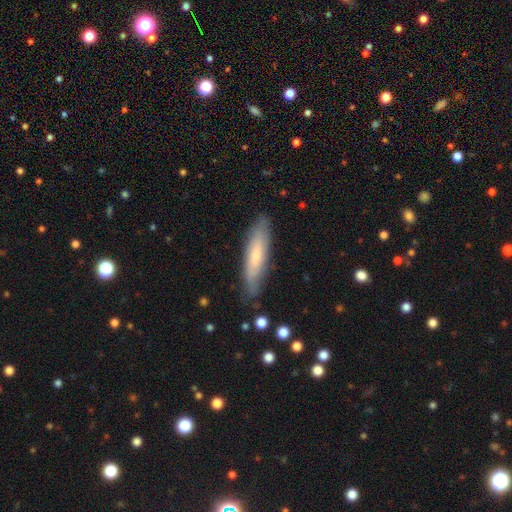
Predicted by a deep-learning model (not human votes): smooth 63%, featured or disk 31%, star or artifact 6%. Down the decision tree: how rounded — cigar-shaped (74%); merging — none (80%).